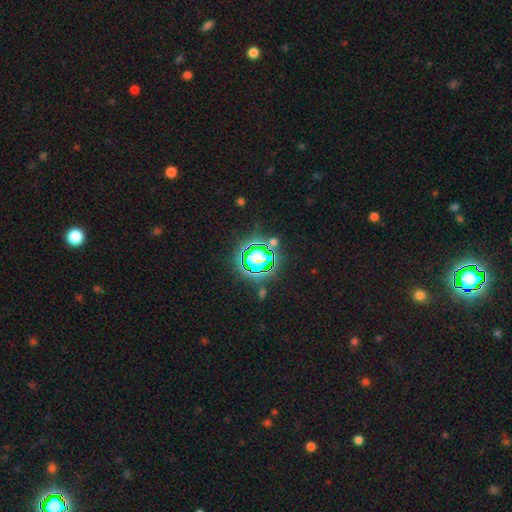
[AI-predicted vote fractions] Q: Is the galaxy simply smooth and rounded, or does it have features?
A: star or artifact — 66%.